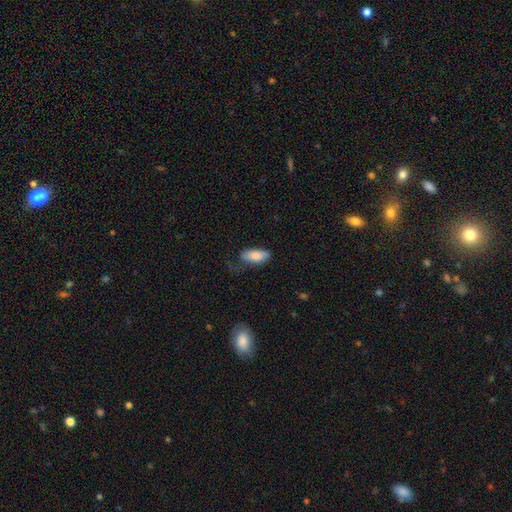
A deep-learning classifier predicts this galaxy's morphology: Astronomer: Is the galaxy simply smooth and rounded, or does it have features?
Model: smooth — 81%.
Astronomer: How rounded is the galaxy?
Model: in between — 84%.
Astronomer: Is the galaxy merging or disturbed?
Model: none — 49% (runner-up: minor disturbance, 30%).